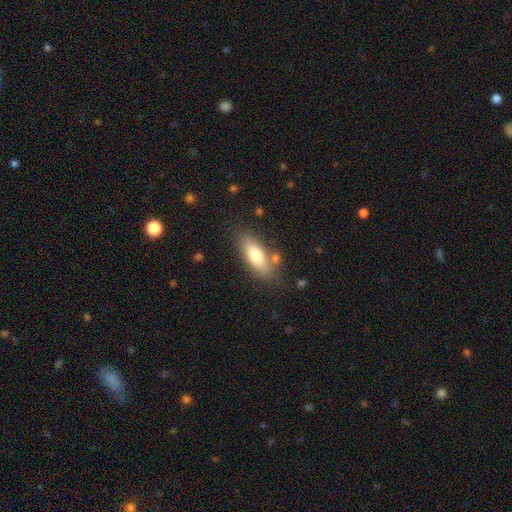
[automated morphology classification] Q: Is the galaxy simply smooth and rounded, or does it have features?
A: smooth — 74%.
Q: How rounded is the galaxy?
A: in between — 73%.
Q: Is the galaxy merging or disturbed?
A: none — 76%.